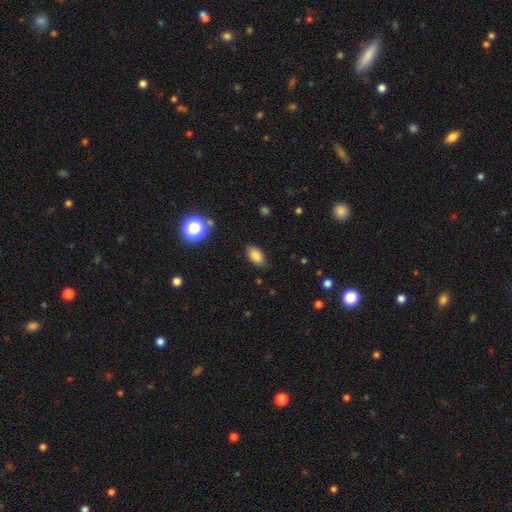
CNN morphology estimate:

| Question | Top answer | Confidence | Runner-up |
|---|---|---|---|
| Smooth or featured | smooth | 84% | star or artifact (11%) |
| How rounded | in between | 90% | round (8%) |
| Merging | none | 84% | minor disturbance (12%) |